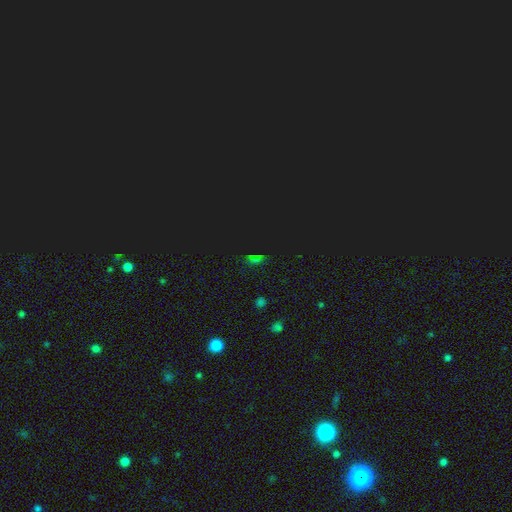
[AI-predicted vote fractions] A star or artifact, not a galaxy (64%).

Vote fractions:
- Smooth or featured? star or artifact: 64% / smooth: 28% / featured or disk: 8%